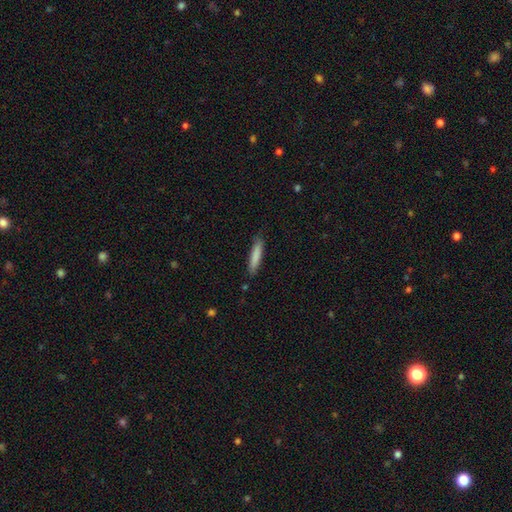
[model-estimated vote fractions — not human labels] The model was most divided on "smooth or featured": smooth: 83%, featured or disk: 11%, star or artifact: 6%. More confident: how rounded — cigar-shaped (88%); merging — none (84%).